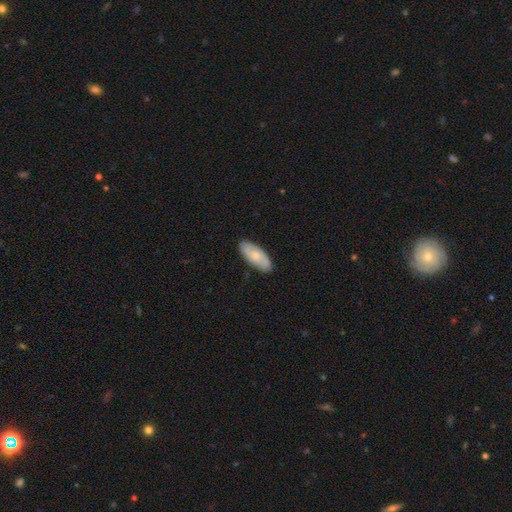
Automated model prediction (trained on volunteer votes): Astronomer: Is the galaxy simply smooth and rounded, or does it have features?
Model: smooth — 62%.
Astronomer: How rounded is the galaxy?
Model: in between — 82%.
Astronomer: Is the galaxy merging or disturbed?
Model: none — 86%.